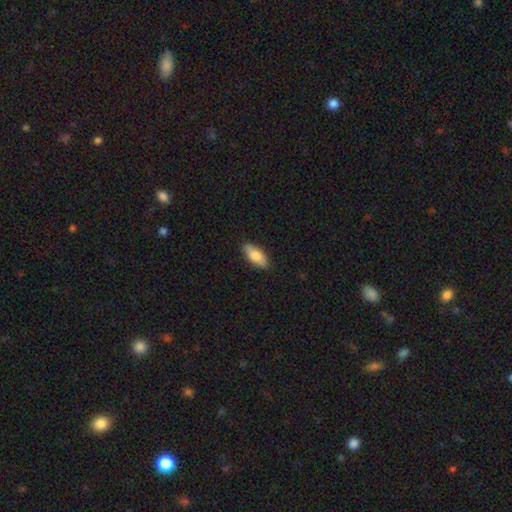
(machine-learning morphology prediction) Overall: smooth (81%). How rounded: in between (85%). Merging: none (87%).